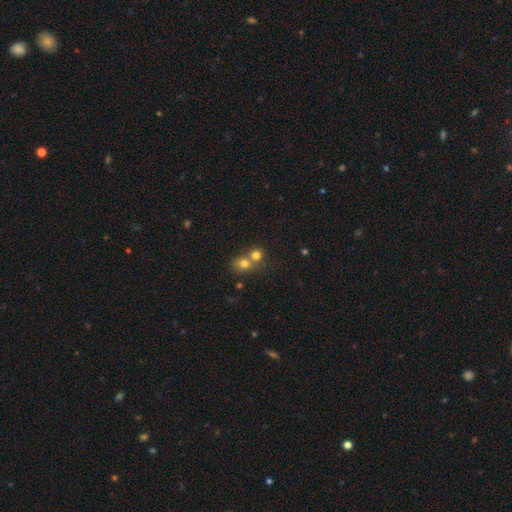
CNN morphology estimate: smooth_or_featured: smooth (p=0.75) [alt: star or artifact p=0.14]
how_rounded: round (p=0.80) [alt: in between p=0.19]
merging: merger (p=0.56) [alt: none p=0.37]